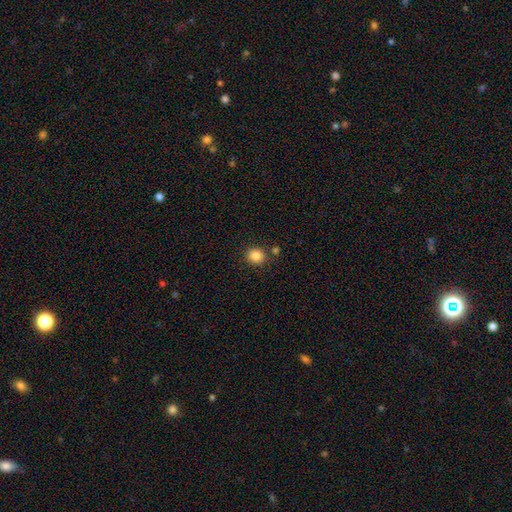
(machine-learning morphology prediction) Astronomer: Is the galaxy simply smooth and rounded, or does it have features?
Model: smooth — 86%.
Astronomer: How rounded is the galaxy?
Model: round — 74%.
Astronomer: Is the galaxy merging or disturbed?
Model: none — 81%.